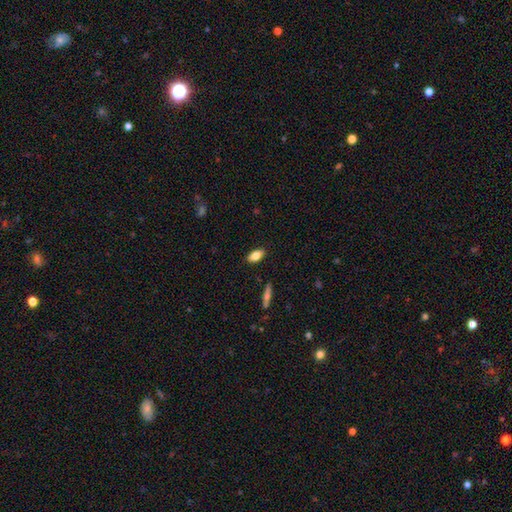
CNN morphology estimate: Smooth or featured?
  - smooth: 79% *
  - featured or disk: 14%
  - star or artifact: 7%
How rounded?
  - in between: 86% *
  - cigar-shaped: 10%
  - round: 3%
Merging?
  - none: 87% *
  - minor disturbance: 9%
  - major disturbance: 2%
  - merger: 1%